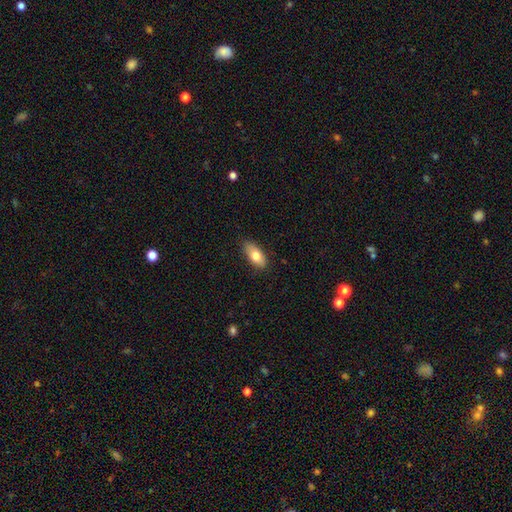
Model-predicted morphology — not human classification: type=smooth (77%); roundness=in between (86%); merging=none (83%).